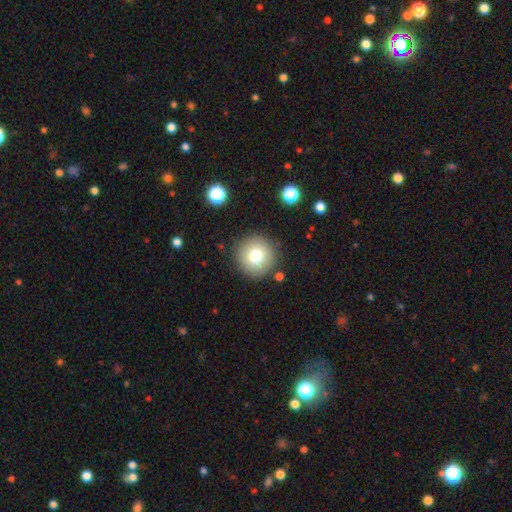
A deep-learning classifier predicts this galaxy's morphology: Smooth or featured?
  - smooth: 76% *
  - featured or disk: 13%
  - star or artifact: 11%
How rounded?
  - round: 96% *
  - in between: 3%
  - cigar-shaped: 1%
Merging?
  - none: 89% *
  - minor disturbance: 6%
  - major disturbance: 2%
  - merger: 2%